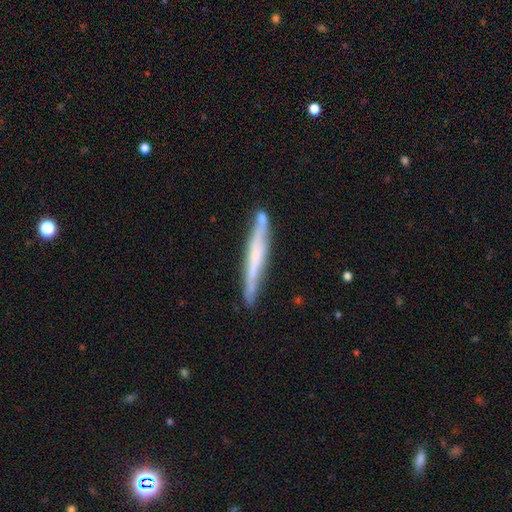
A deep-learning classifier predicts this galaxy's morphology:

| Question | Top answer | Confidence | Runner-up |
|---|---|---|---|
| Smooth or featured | featured or disk | 57% | smooth (36%) |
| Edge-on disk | yes | 93% | no (7%) |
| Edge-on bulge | none | 57% | rounded (29%) |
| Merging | none | 77% | minor disturbance (14%) |